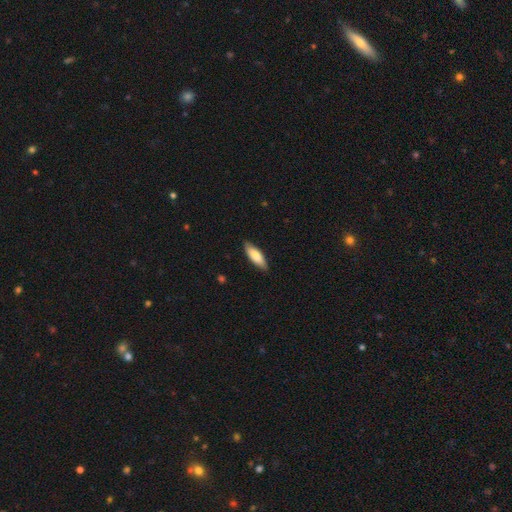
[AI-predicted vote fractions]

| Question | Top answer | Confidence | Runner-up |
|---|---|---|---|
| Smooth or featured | smooth | 76% | featured or disk (19%) |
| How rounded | in between | 57% | cigar-shaped (41%) |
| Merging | none | 84% | minor disturbance (13%) |